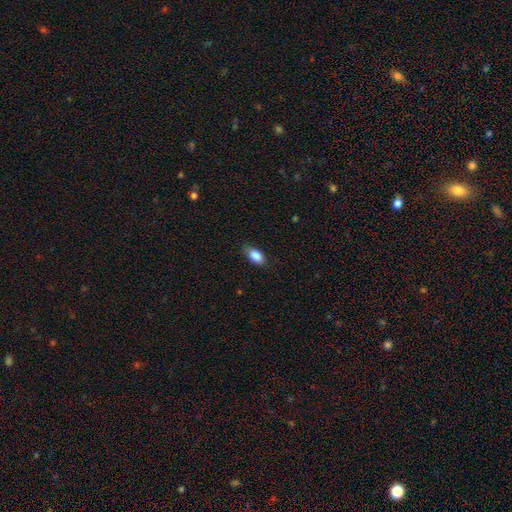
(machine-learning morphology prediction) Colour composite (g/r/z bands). It shows a smooth galaxy with no disk features (88%) that is in between round and cigar-shaped (91%). Merging: none (77%).